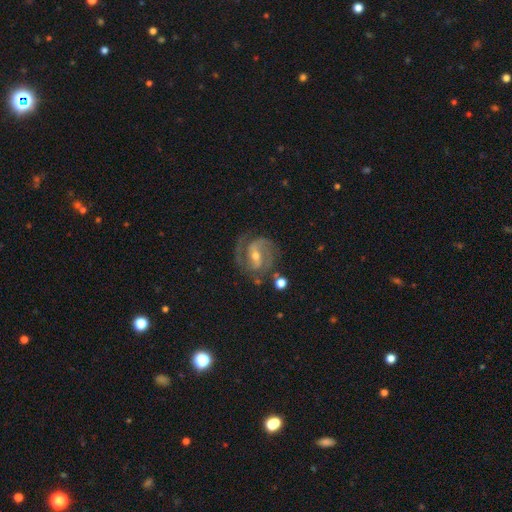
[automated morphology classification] The model was most divided on "spiral winding": medium: 48%, tight: 43%, loose: 10%. Remaining: edge-on disk — no (98%); spiral arms — yes (97%); smooth or featured — featured or disk (90%); spiral arm count — 2 (74%); merging — none (72%); bulge size — moderate (51%); bar — weak (46%).